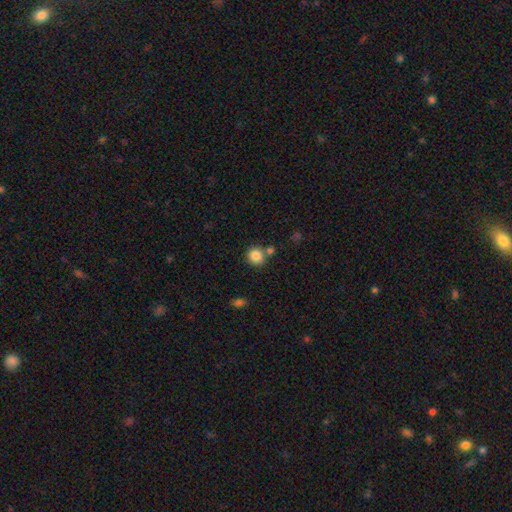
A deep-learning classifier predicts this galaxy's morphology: Smooth or featured: smooth — 85% (star or artifact — 10%)
How rounded: round — 89% (in between — 10%)
Merging: none — 73% (merger — 15%)